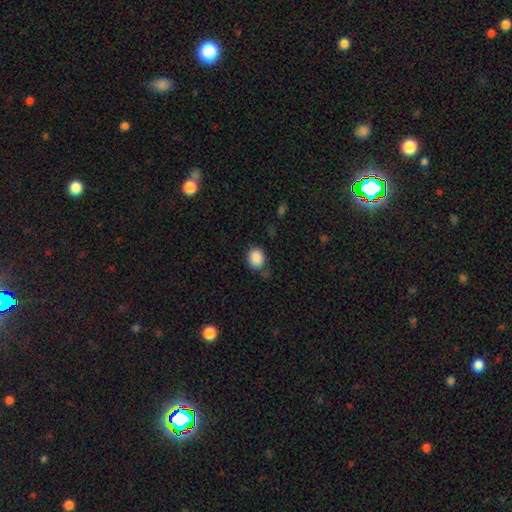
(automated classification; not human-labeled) This is clearly a smooth galaxy (88%). How rounded: possibly round (51%). Merging: likely none (73%).